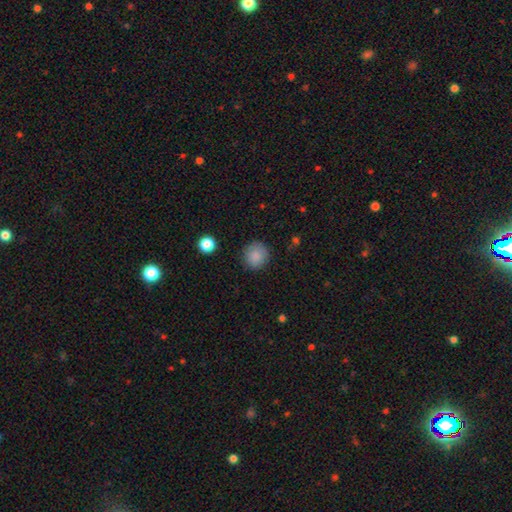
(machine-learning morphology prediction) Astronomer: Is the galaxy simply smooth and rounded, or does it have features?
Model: smooth — 87%.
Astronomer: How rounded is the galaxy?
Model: round — 91%.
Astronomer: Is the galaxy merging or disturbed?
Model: none — 86%.